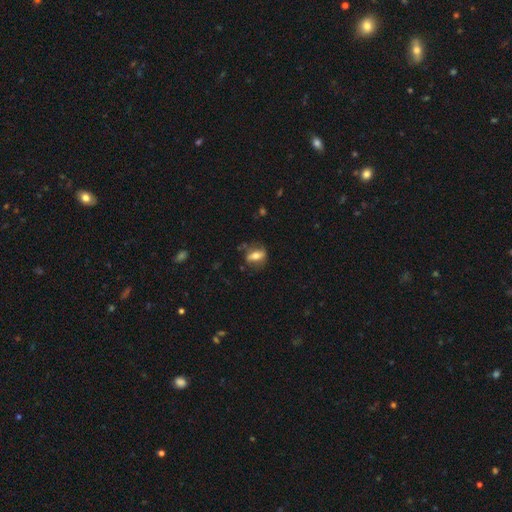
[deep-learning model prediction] Q: Smooth or featured?
A: smooth (48%); runner-up: featured or disk (44%)
Q: Merging?
A: none (68%); runner-up: minor disturbance (20%)